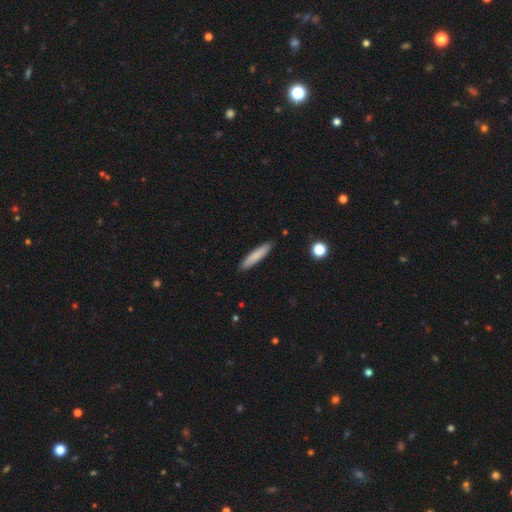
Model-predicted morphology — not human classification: Overall: smooth (81%). How rounded: cigar-shaped (89%). Merging: none (89%).